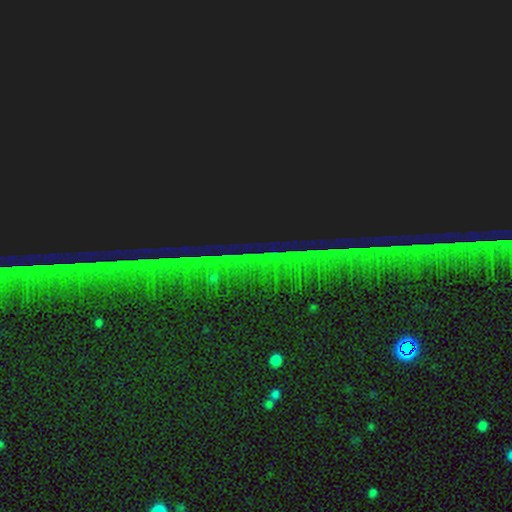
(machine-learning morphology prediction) Smooth or featured?
  - star or artifact: 86% *
  - featured or disk: 7%
  - smooth: 7%